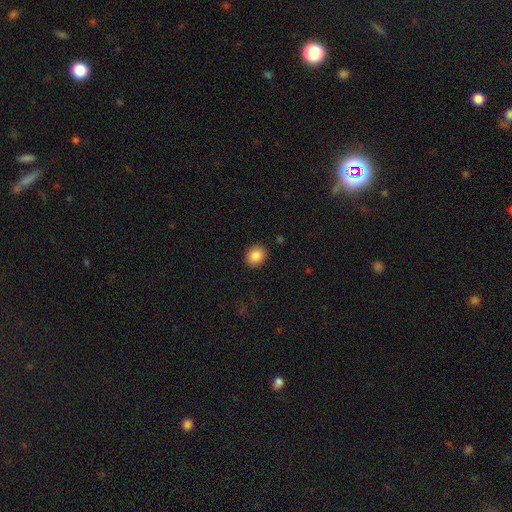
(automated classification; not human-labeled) A smooth galaxy with no disk features (87%) that is round (69%). Merging: none (89%).